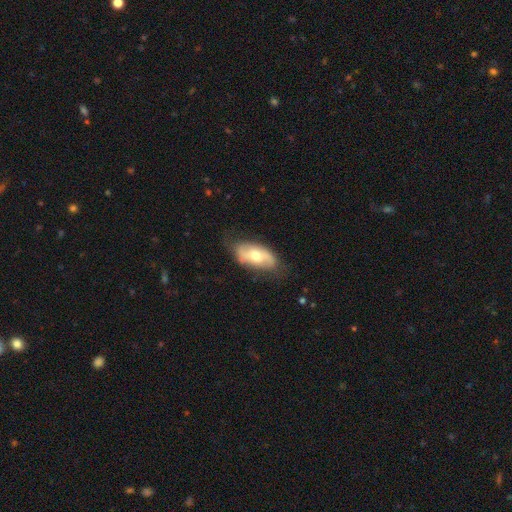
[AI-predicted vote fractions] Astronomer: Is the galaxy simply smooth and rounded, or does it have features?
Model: featured or disk — 49% (runner-up: smooth, 44%).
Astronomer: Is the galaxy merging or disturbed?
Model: none — 67%.